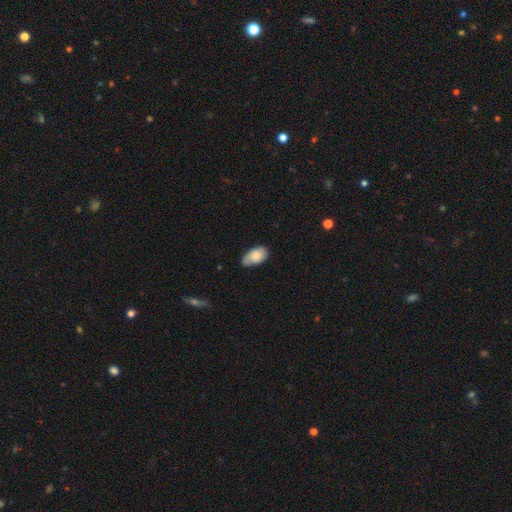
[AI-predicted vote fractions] The model was most divided on "merging": none: 58%, minor disturbance: 32%, major disturbance: 8%, merger: 2%. More confident: how rounded — in between (93%); smooth or featured — smooth (66%).